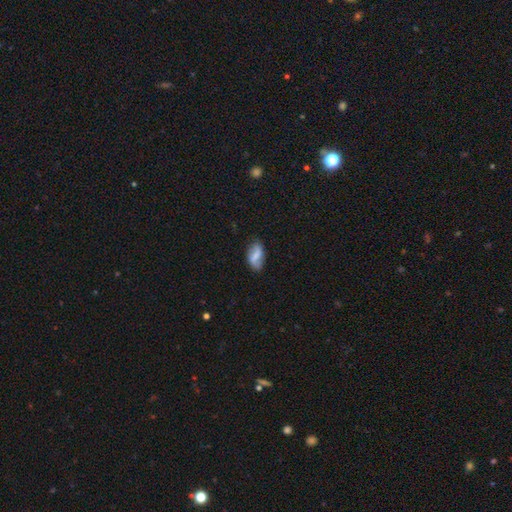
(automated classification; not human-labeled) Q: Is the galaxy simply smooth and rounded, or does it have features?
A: smooth — 51%.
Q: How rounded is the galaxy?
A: in between — 90%.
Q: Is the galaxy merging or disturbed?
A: none — 74%.